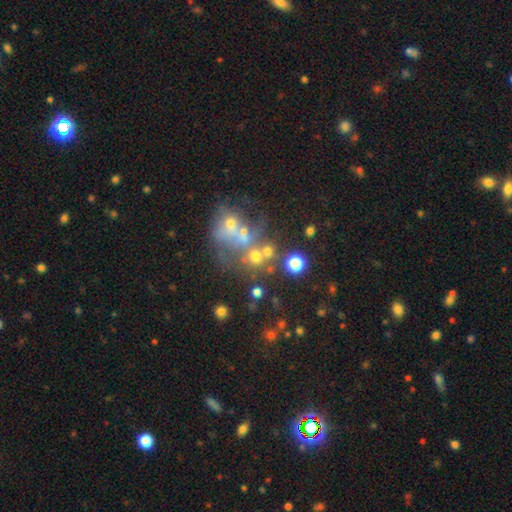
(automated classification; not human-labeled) Smooth or featured: star or artifact — 37% (featured or disk — 35%)